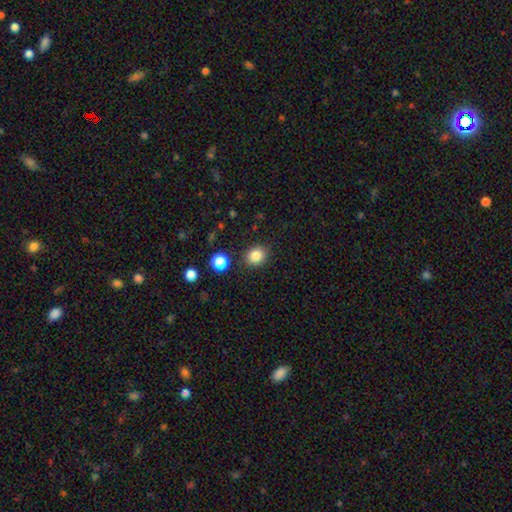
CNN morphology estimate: The model was most divided on "how rounded": round: 65%, in between: 34%, cigar-shaped: 1%. More confident: merging — none (86%); smooth or featured — smooth (84%).